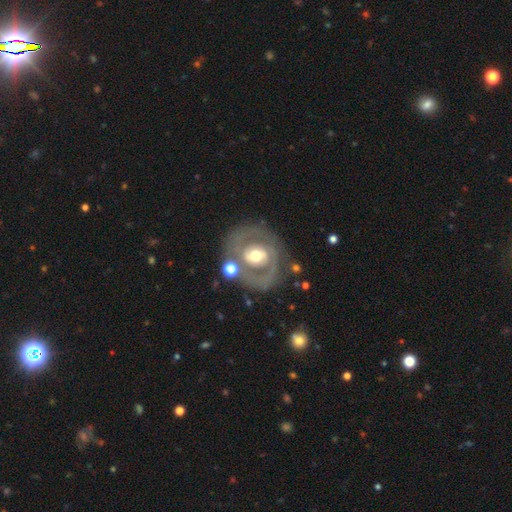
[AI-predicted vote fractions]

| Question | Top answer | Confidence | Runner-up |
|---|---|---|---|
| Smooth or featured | featured or disk | 73% | smooth (21%) |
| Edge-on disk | no | 96% | yes (4%) |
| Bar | no | 55% | weak (31%) |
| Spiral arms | yes | 56% | no (44%) |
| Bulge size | moderate | 69% | large (19%) |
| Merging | none | 70% | minor disturbance (15%) |